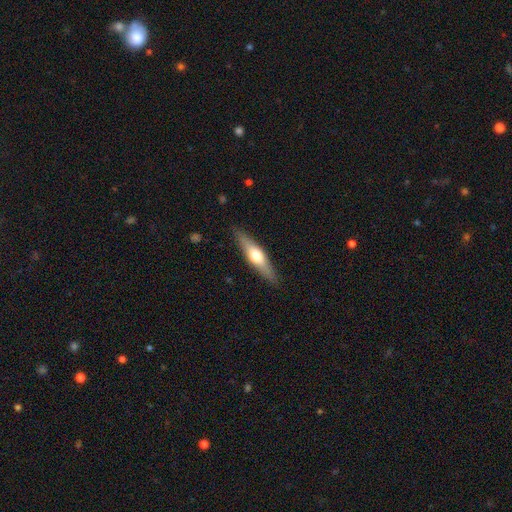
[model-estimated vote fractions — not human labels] Morphology: type=featured or disk (53%); edge-on=yes (92%); merging=none (89%).